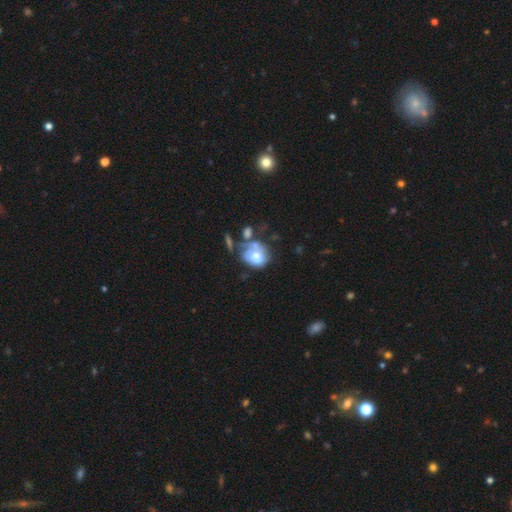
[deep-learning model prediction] Smooth or featured? Predicted: smooth (p=0.52). How rounded? Predicted: round (p=0.59). Merging? Predicted: merger (p=0.30).